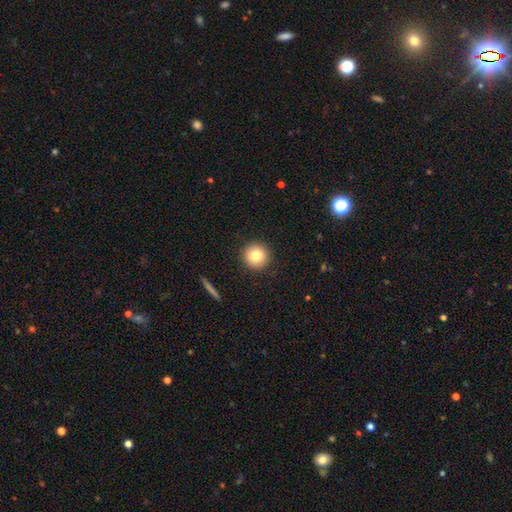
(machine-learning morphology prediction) This is clearly a smooth galaxy (80%). How rounded: clearly round (95%). Merging: clearly none (92%).